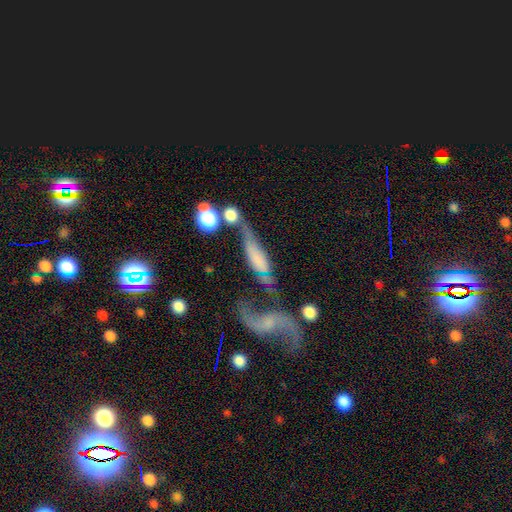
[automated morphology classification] This is possibly a featured or disk galaxy (49%). Merging: marginally merger (31%).